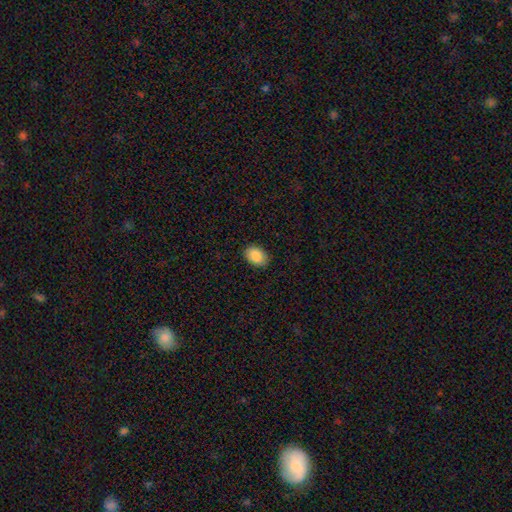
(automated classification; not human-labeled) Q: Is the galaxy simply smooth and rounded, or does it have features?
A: smooth — 88%.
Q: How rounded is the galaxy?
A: in between — 85%.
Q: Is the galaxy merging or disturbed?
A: none — 88%.